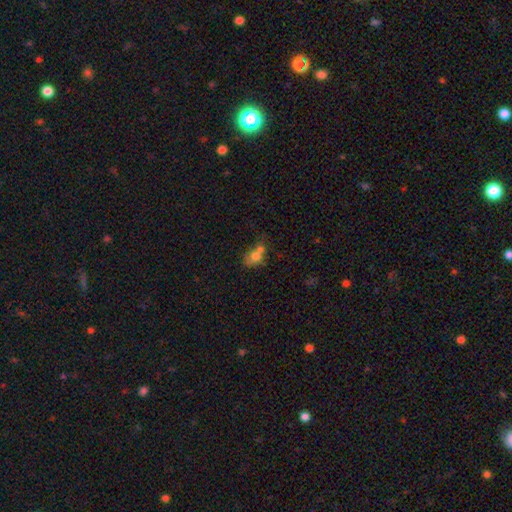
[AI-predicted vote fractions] Morphology: type=smooth (68%); roundness=round (50%); merging=merger (55%).